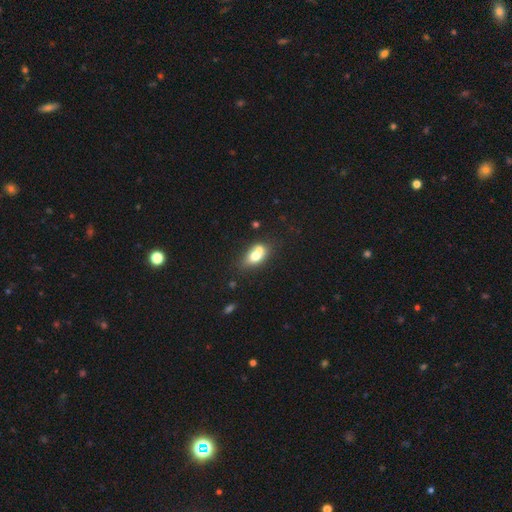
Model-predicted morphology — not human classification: This appears to be a smooth galaxy with no disk features (68%) that is in between round and cigar-shaped (78%). Merging: merger (41%).